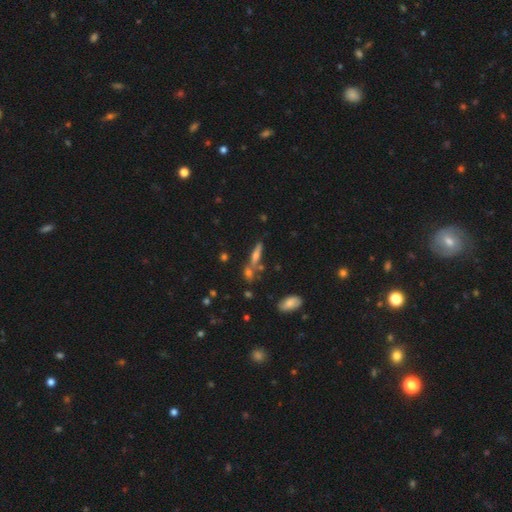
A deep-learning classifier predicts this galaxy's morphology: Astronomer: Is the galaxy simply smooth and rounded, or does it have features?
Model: smooth — 44% (runner-up: featured or disk, 43%).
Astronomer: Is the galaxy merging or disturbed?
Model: none — 59%.